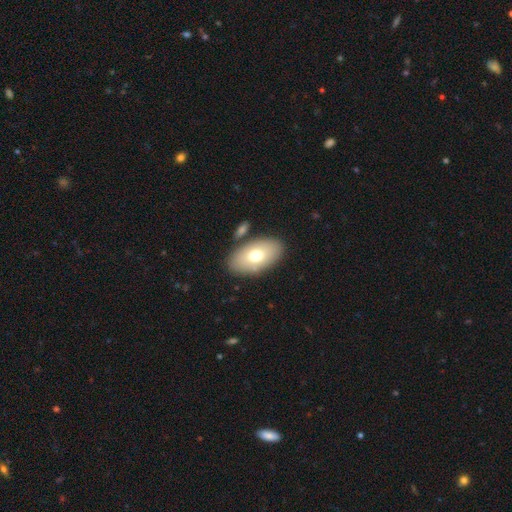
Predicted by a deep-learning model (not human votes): Morphology: type=smooth (70%); roundness=in between (93%); merging=none (81%).